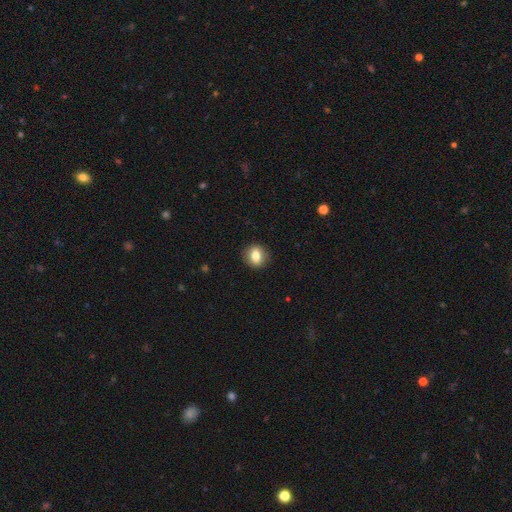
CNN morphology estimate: type=smooth (78%); roundness=round (70%); merging=none (89%).